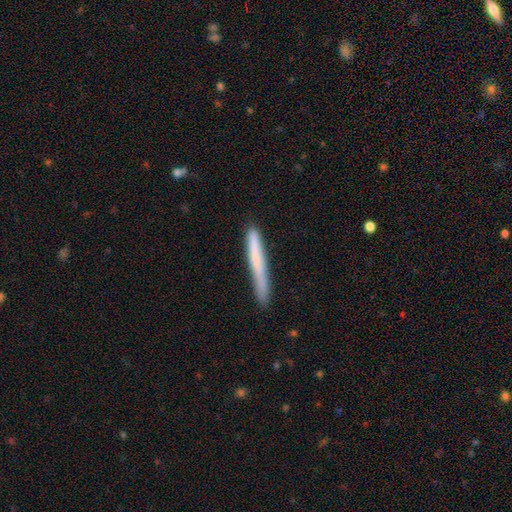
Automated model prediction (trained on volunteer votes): Overall: smooth (64%; featured or disk 29%). How rounded: cigar-shaped (97%). Merging: none (78%).